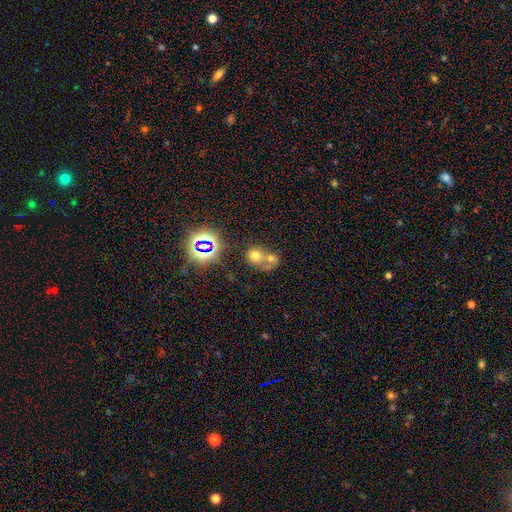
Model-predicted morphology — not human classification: type=smooth (60%); roundness=round (72%); merging=merger (55%).